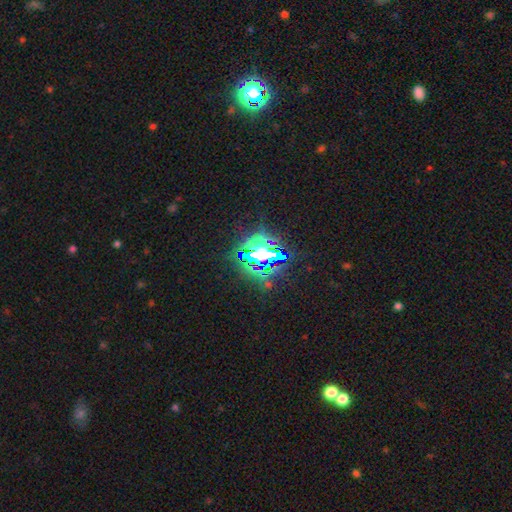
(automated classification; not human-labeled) Q: Smooth or featured?
A: star or artifact (73%); runner-up: smooth (17%)